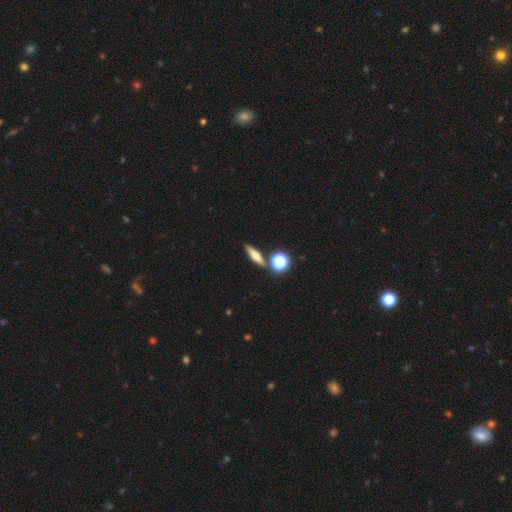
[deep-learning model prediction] A smooth galaxy with no disk features (46%).

Vote fractions:
- Smooth or featured? smooth: 46% / featured or disk: 41% / star or artifact: 13%
- Merging? none: 81% / minor disturbance: 8% / merger: 8% / major disturbance: 3%